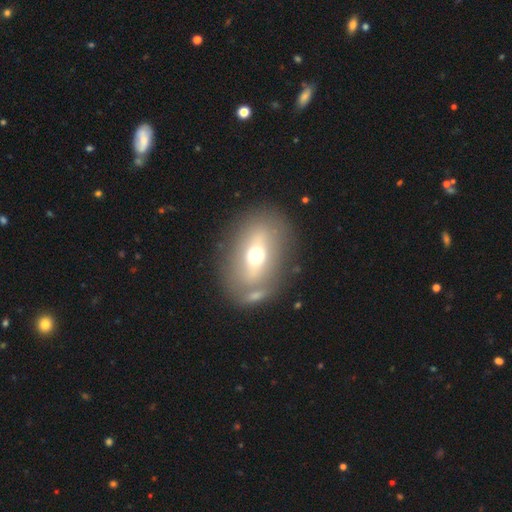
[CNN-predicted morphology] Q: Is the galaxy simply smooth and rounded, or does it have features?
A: smooth — 49%.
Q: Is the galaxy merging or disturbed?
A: none — 71%.